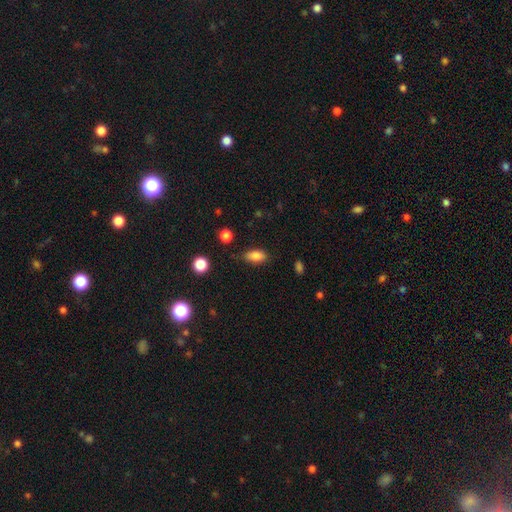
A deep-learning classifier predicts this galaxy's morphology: This appears to be a smooth galaxy with no disk features (84%) that is in between round and cigar-shaped (87%). Merging: none (78%).